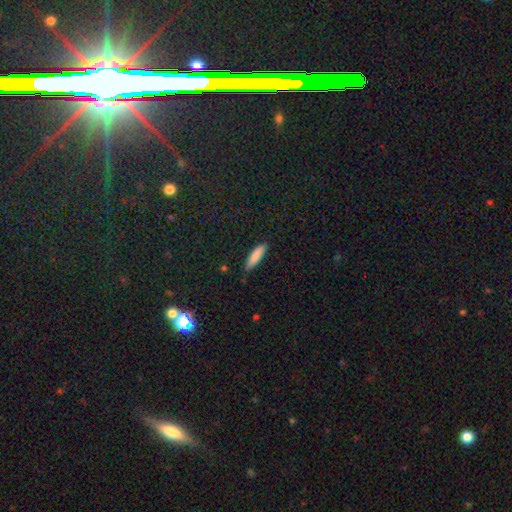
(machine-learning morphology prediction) The model was most divided on "how rounded": cigar-shaped: 69%, in between: 29%, round: 1%. More confident: smooth or featured — smooth (85%); merging — none (85%).